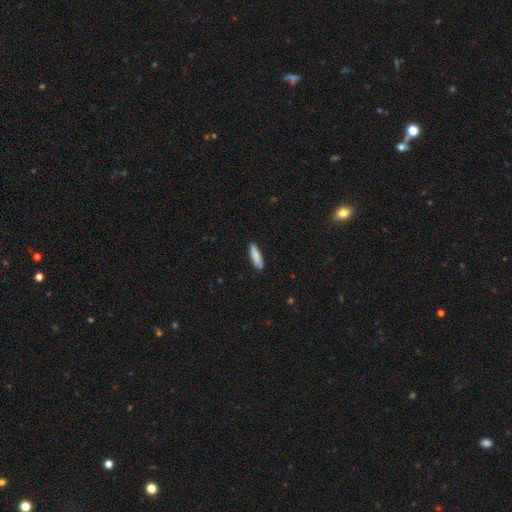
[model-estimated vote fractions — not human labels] Q: Smooth or featured?
A: smooth (84%); runner-up: featured or disk (10%)
Q: How rounded?
A: cigar-shaped (71%); runner-up: in between (28%)
Q: Merging?
A: none (85%); runner-up: minor disturbance (12%)